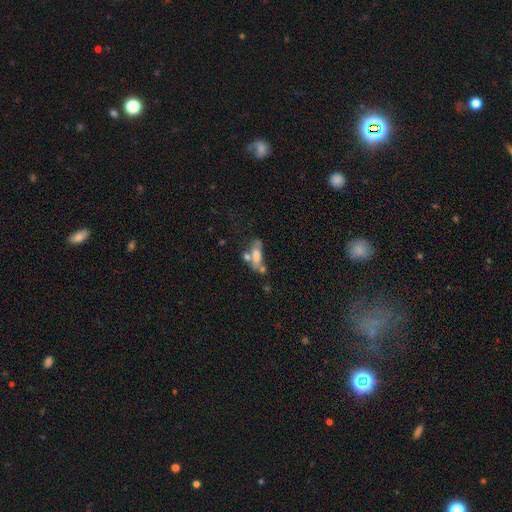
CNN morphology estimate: This is possibly a smooth galaxy (57%). How rounded: likely in between (66%). Merging: marginally merger (38%).